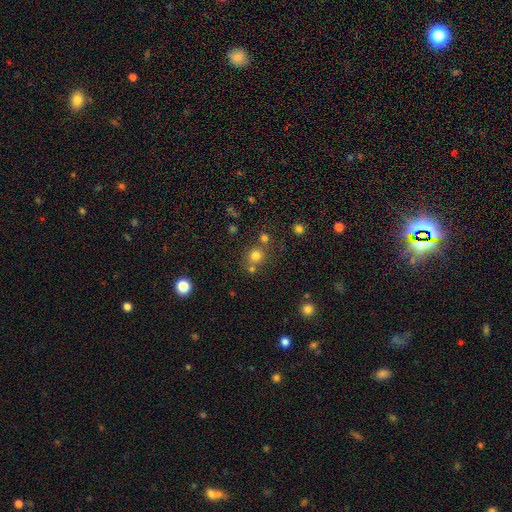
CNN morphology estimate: A smooth galaxy with no disk features (74%) that is round (86%).

Vote fractions:
- Smooth or featured? smooth: 74% / star or artifact: 18% / featured or disk: 8%
- How rounded? round: 86% / in between: 14% / cigar-shaped: 1%
- Merging? none: 66% / merger: 21% / minor disturbance: 9% / major disturbance: 4%